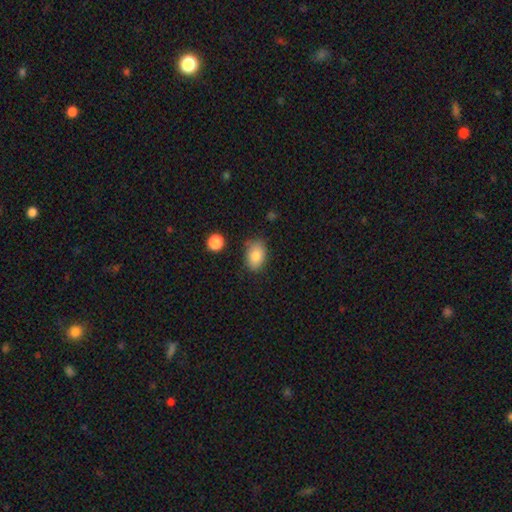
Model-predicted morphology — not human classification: Smooth or featured?
  - smooth: 84% *
  - star or artifact: 8%
  - featured or disk: 8%
How rounded?
  - in between: 82% *
  - round: 17%
  - cigar-shaped: 1%
Merging?
  - none: 76% *
  - minor disturbance: 17%
  - major disturbance: 4%
  - merger: 3%